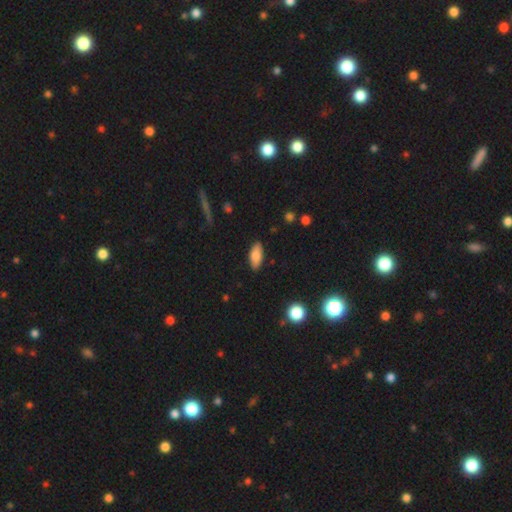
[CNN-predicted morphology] Overall: smooth (78%). How rounded: in between (86%). Merging: none (87%).